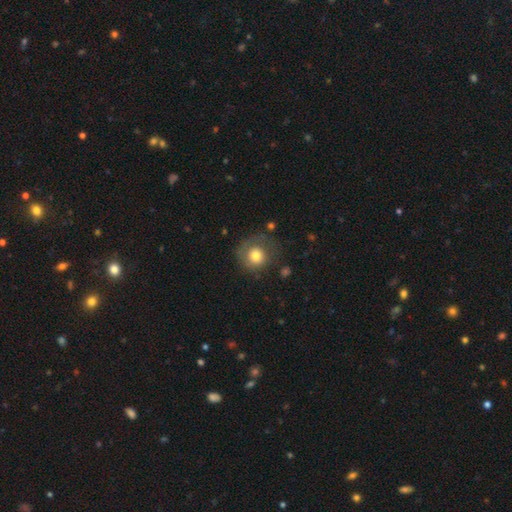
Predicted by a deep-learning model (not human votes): smooth_or_featured: smooth (p=0.69) [alt: featured or disk p=0.23]
how_rounded: round (p=0.88) [alt: in between p=0.11]
merging: none (p=0.59) [alt: minor disturbance p=0.21]